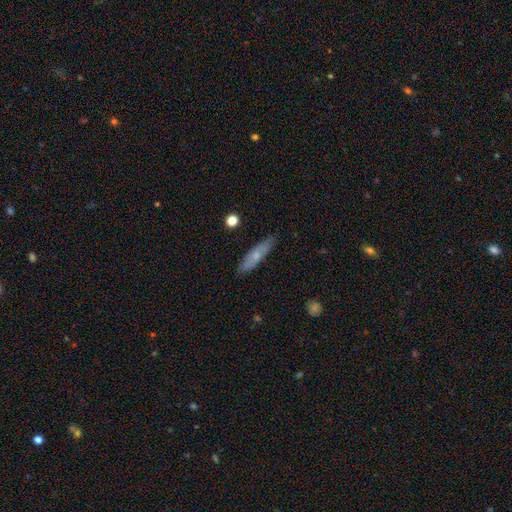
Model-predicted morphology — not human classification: The model was most divided on "smooth or featured": smooth: 56%, featured or disk: 37%, star or artifact: 6%. More confident: merging — none (85%); how rounded — cigar-shaped (75%).